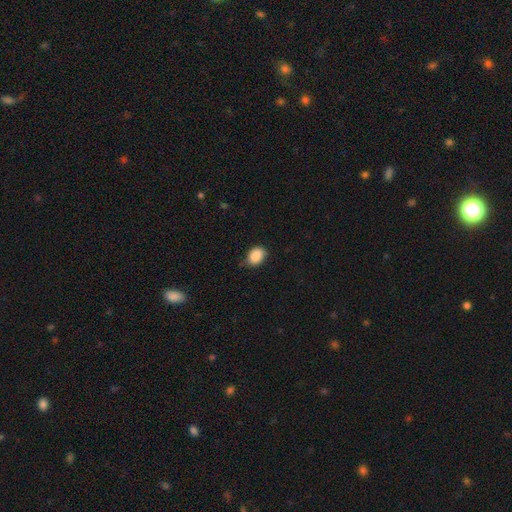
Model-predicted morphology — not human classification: Q: Smooth or featured?
A: smooth (88%); runner-up: star or artifact (8%)
Q: How rounded?
A: in between (69%); runner-up: round (29%)
Q: Merging?
A: none (73%); runner-up: minor disturbance (22%)